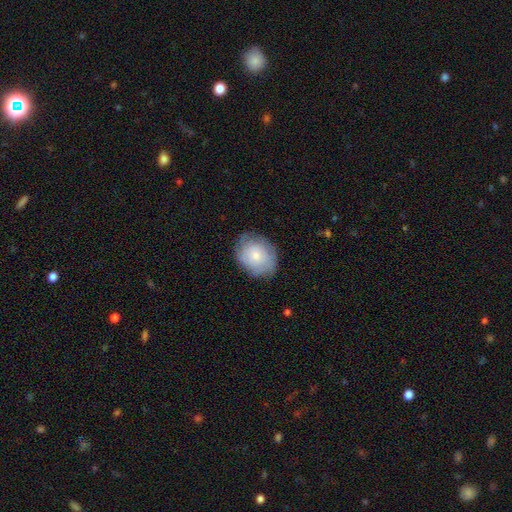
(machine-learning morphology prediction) Smooth or featured? Predicted: smooth (p=0.70). How rounded? Predicted: round (p=0.51). Merging? Predicted: none (p=0.71).